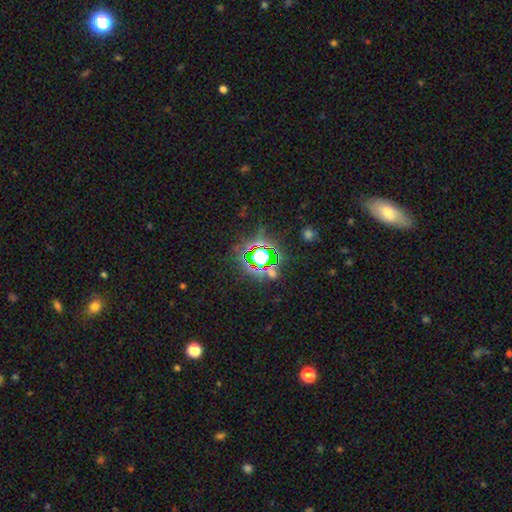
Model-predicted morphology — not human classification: Smooth or featured? star or artifact (75%)